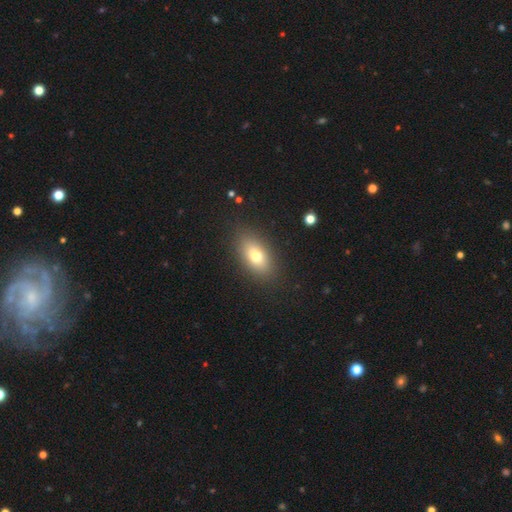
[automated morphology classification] The model was most divided on "smooth or featured": smooth: 73%, featured or disk: 17%, star or artifact: 10%. More confident: merging — none (87%); how rounded — in between (85%).